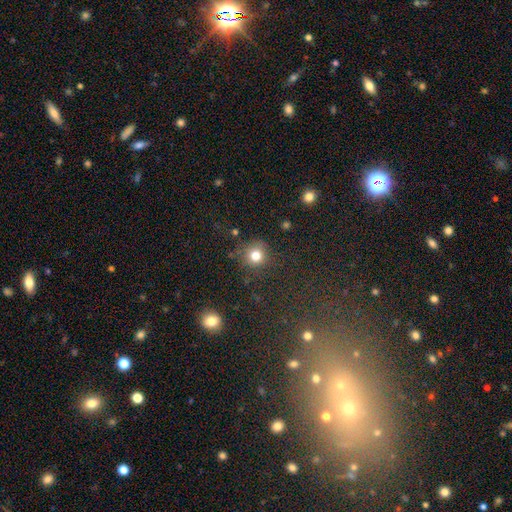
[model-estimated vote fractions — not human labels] A smooth galaxy with no disk features (78%) that is round (91%). Merging: none (81%).